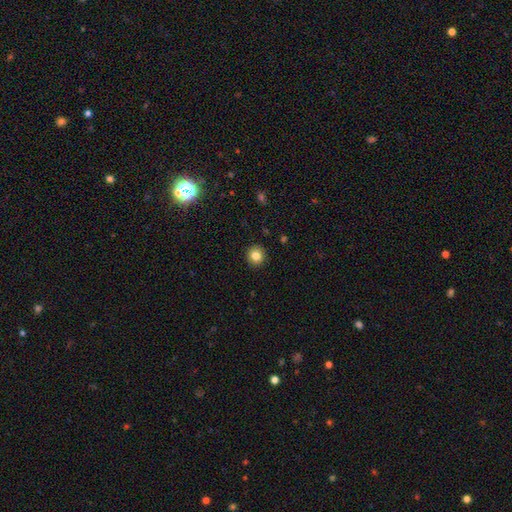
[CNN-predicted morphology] The model was most divided on "smooth or featured": smooth: 83%, star or artifact: 11%, featured or disk: 6%. More confident: merging — none (92%); how rounded — round (91%).